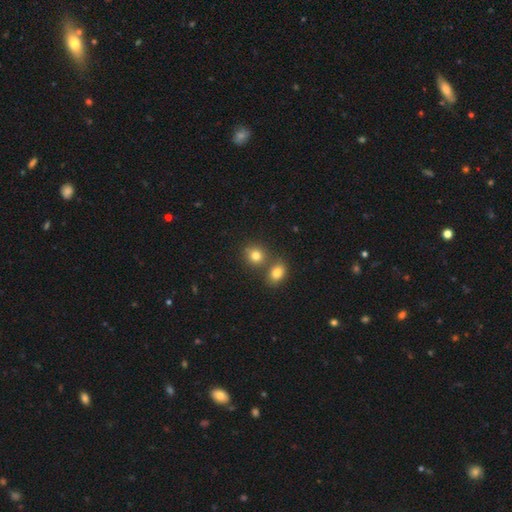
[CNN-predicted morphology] smooth_or_featured: smooth (p=0.80) [alt: star or artifact p=0.12]
how_rounded: round (p=0.75) [alt: in between p=0.24]
merging: none (p=0.59) [alt: merger p=0.30]